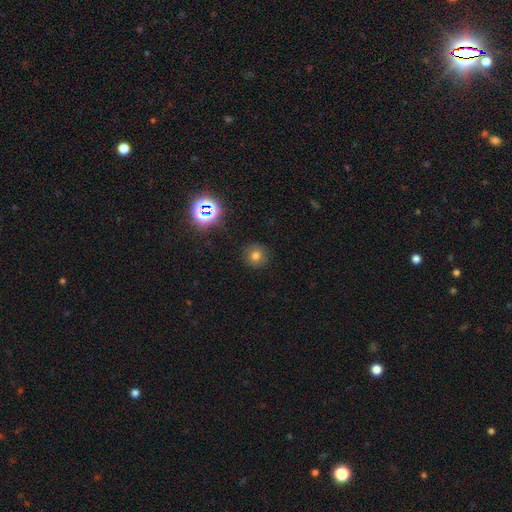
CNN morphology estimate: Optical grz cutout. It shows a smooth galaxy with no disk features (73%) that is round (93%). Merging: none (90%).